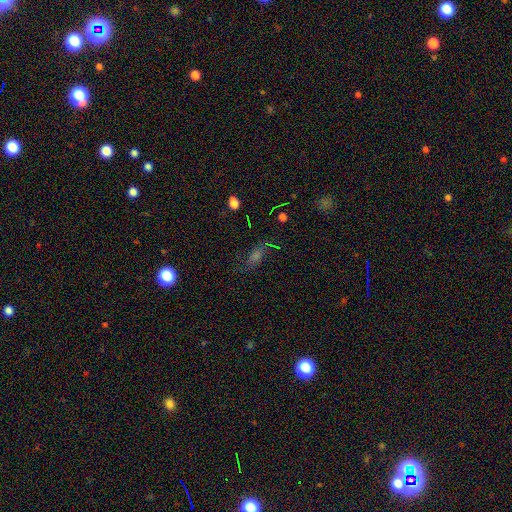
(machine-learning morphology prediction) This is marginally a smooth galaxy (36%). Merging: likely none (65%).